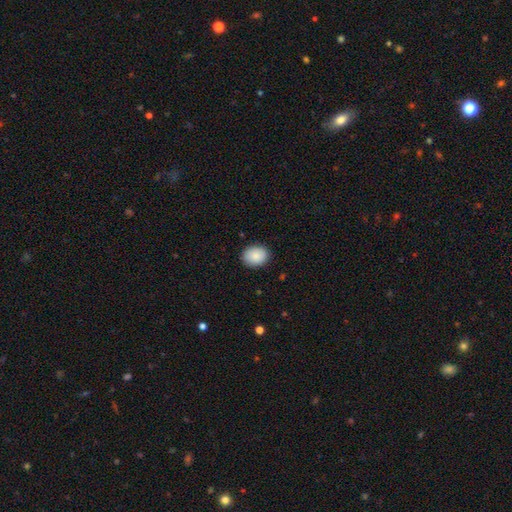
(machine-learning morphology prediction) Smooth or featured: smooth — 89% (star or artifact — 7%)
How rounded: in between — 55% (round — 44%)
Merging: none — 89% (minor disturbance — 8%)